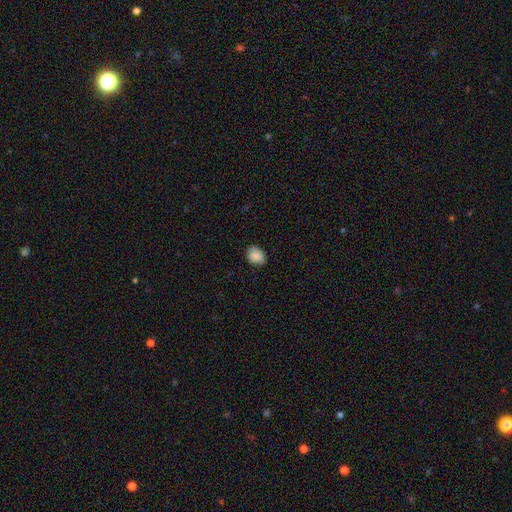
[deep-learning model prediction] smooth_or_featured: smooth (p=0.88) [alt: star or artifact p=0.08]
how_rounded: in between (p=0.64) [alt: round p=0.35]
merging: none (p=0.81) [alt: minor disturbance p=0.15]